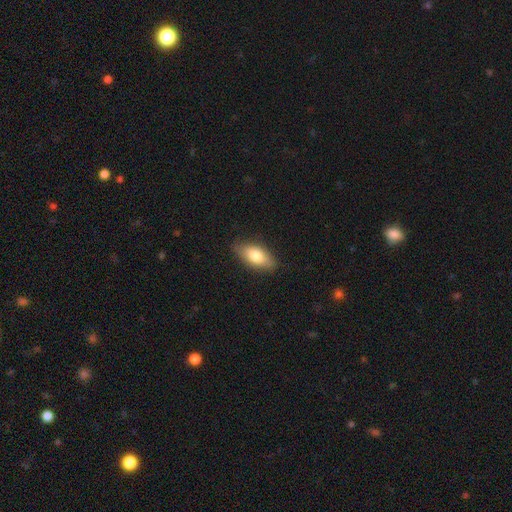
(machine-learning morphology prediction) A smooth galaxy with no disk features (76%) that is in between round and cigar-shaped (86%). Merging: none (82%).